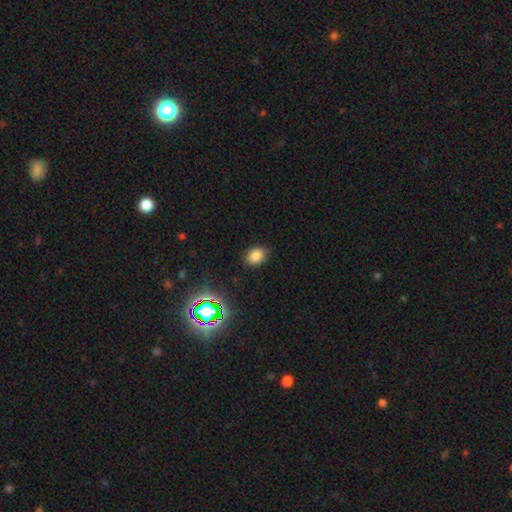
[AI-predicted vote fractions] Smooth or featured?
  - smooth: 80% *
  - star or artifact: 15%
  - featured or disk: 5%
How rounded?
  - in between: 60% *
  - round: 39%
  - cigar-shaped: 1%
Merging?
  - none: 84% *
  - minor disturbance: 12%
  - major disturbance: 3%
  - merger: 1%